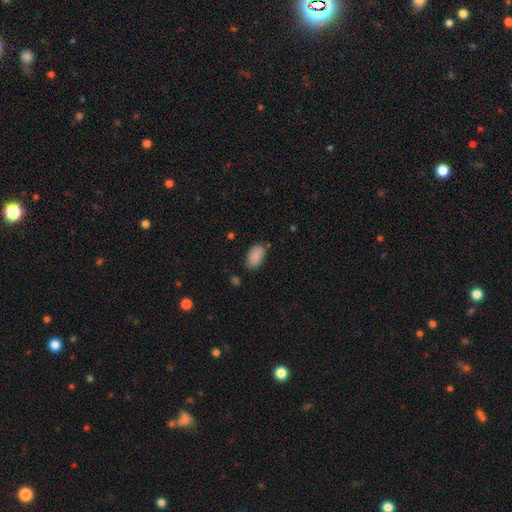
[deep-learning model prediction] smooth 88%, star or artifact 8%, featured or disk 4%. Down the decision tree: how rounded — in between (93%); merging — none (74%).